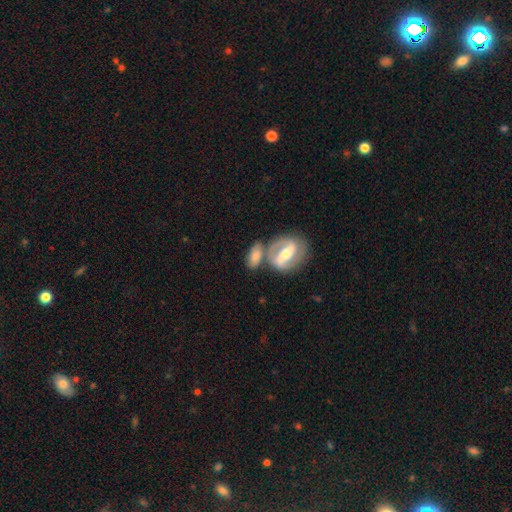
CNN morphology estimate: Overall: featured or disk (51%; smooth 43%). Edge-on disk: no (89%). Merging: none (44%; merger 37%).